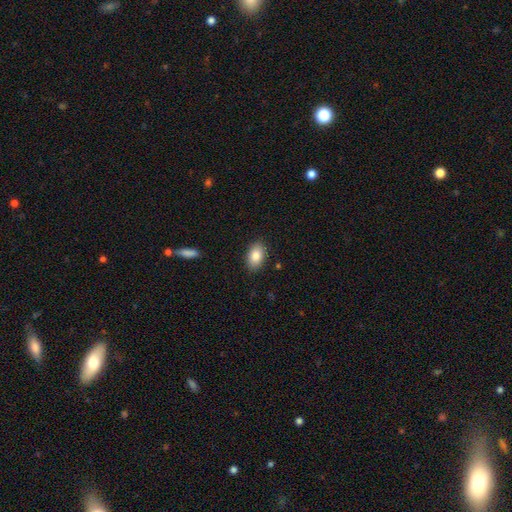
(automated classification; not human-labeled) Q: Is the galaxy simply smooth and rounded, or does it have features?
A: smooth — 85%.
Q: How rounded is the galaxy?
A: in between — 89%.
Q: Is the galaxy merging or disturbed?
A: none — 87%.